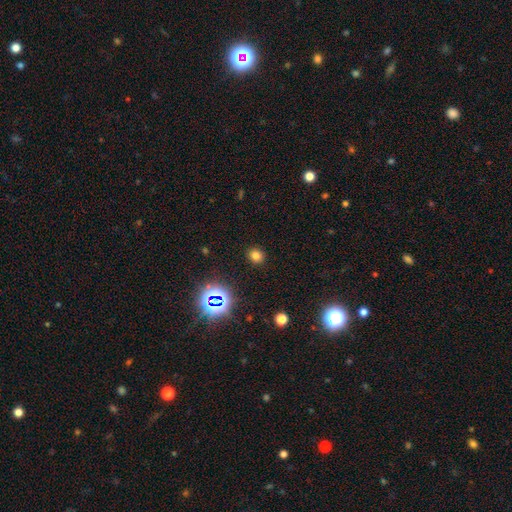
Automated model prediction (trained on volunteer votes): Smooth or featured? Predicted: smooth (p=0.73). How rounded? Predicted: round (p=0.78). Merging? Predicted: none (p=0.89).